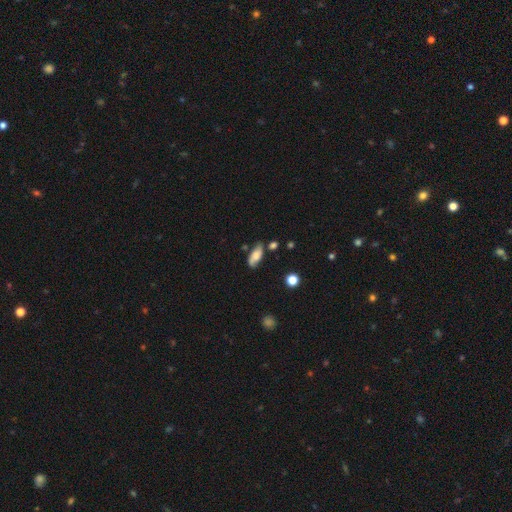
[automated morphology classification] type=smooth (51%); roundness=in between (77%); merging=none (67%).